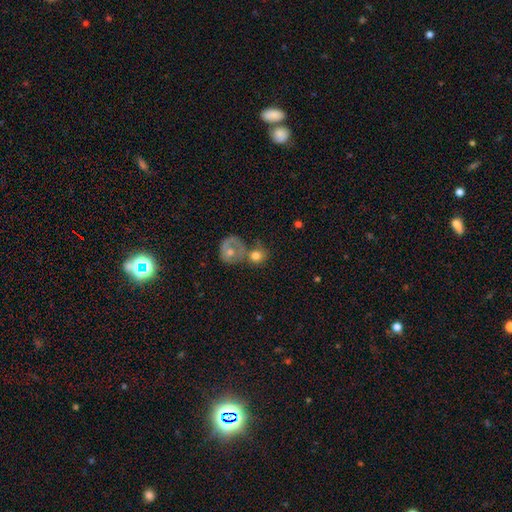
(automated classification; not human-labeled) smooth-or-featured: smooth: 70% | featured or disk: 22% | star or artifact: 8%
  how-rounded: round: 79% | in between: 20% | cigar-shaped: 1%
  merging: merger: 48% | none: 33% | minor disturbance: 10% | major disturbance: 8%